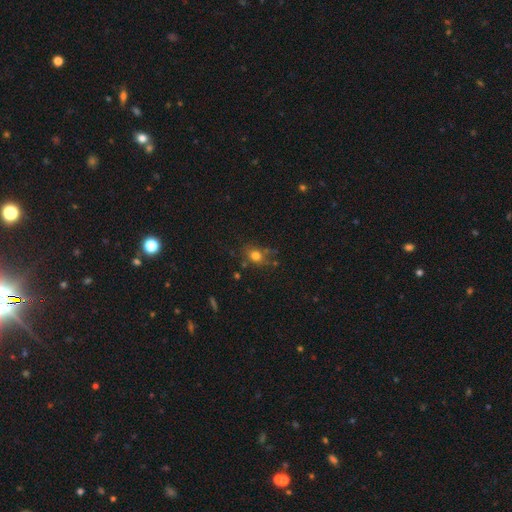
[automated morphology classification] A smooth galaxy with no disk features (73%) that is round (58%).

Vote fractions:
- Smooth or featured? smooth: 73% / star or artifact: 15% / featured or disk: 12%
- How rounded? round: 58% / in between: 40% / cigar-shaped: 2%
- Merging? none: 64% / minor disturbance: 21% / major disturbance: 8% / merger: 7%